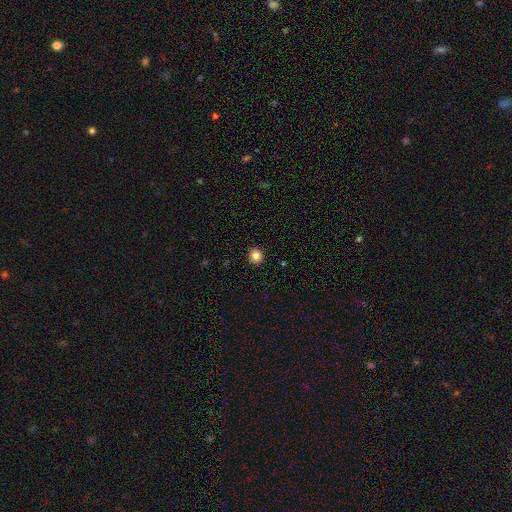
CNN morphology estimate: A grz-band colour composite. It shows a smooth galaxy with no disk features (84%) that is round (91%). Merging: none (93%).